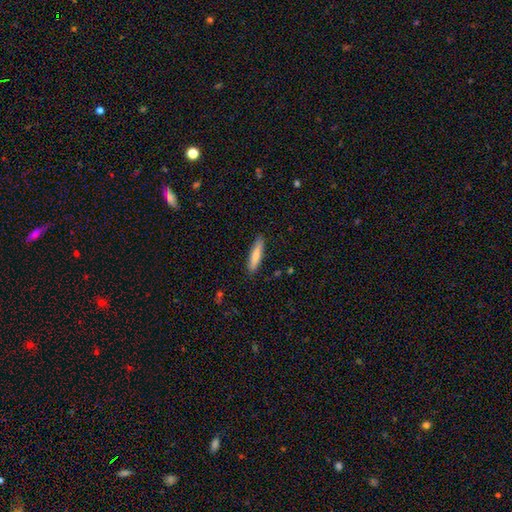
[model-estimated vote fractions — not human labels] smooth 73%, featured or disk 21%, star or artifact 6%. Down the decision tree: how rounded — cigar-shaped (84%); merging — none (89%).